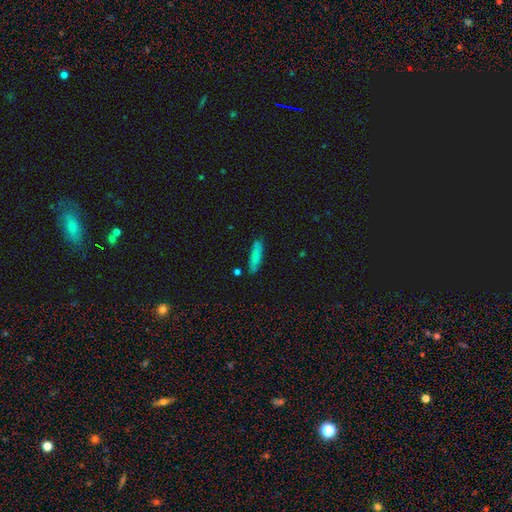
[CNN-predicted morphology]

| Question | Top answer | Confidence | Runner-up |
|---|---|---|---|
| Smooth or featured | smooth | 82% | featured or disk (11%) |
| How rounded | cigar-shaped | 73% | in between (25%) |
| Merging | none | 83% | minor disturbance (11%) |